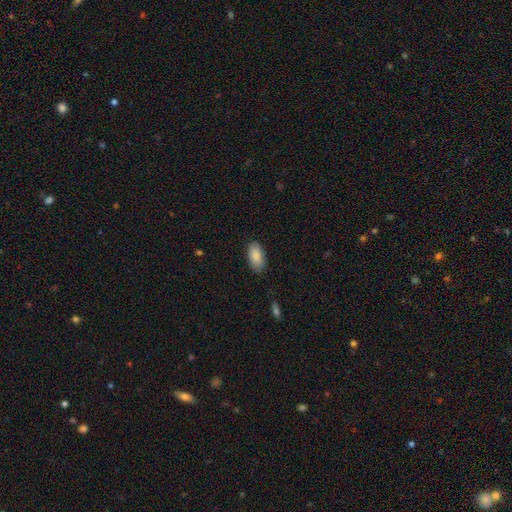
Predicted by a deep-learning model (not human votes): Overall: smooth (88%). How rounded: in between (94%). Merging: none (84%).